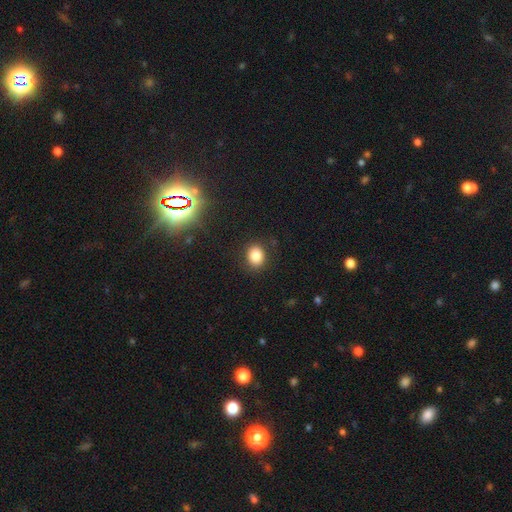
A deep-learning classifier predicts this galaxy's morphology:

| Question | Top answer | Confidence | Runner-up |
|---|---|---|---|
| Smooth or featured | smooth | 82% | star or artifact (12%) |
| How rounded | round | 58% | in between (41%) |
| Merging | none | 88% | minor disturbance (8%) |